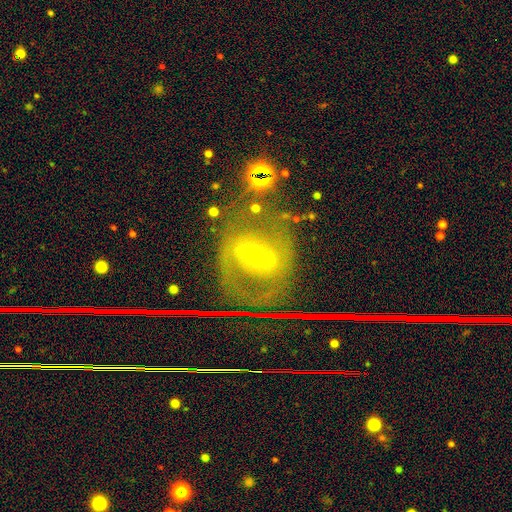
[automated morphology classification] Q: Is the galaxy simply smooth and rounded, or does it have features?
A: featured or disk — 67%.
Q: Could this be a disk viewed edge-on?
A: no — 90%.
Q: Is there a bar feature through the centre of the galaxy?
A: strong — 50%.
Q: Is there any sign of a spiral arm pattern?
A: yes — 61%.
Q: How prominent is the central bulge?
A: small — 66%.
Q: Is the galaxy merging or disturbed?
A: none — 67%.